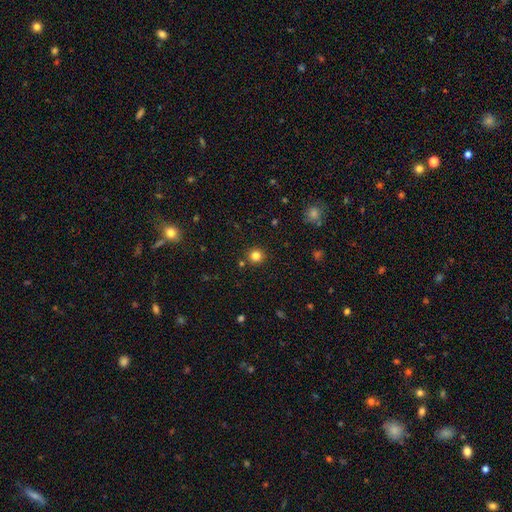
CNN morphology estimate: smooth_or_featured: smooth (p=0.81) [alt: star or artifact p=0.14]
how_rounded: round (p=0.94) [alt: in between p=0.05]
merging: none (p=0.90) [alt: minor disturbance p=0.05]